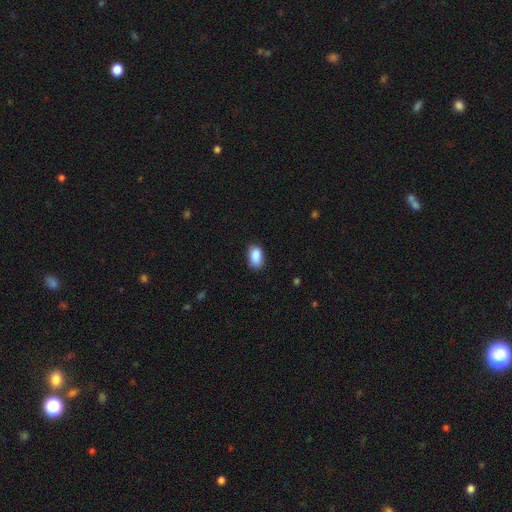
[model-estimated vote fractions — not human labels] smooth-or-featured: smooth: 89% | star or artifact: 8% | featured or disk: 4%
  how-rounded: in between: 91% | round: 7% | cigar-shaped: 2%
  merging: none: 80% | minor disturbance: 16% | major disturbance: 3% | merger: 1%